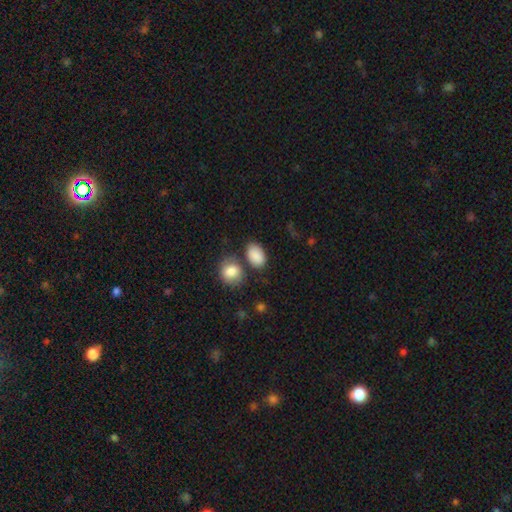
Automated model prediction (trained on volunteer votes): Morphology: type=smooth (88%); roundness=in between (85%); merging=none (65%).